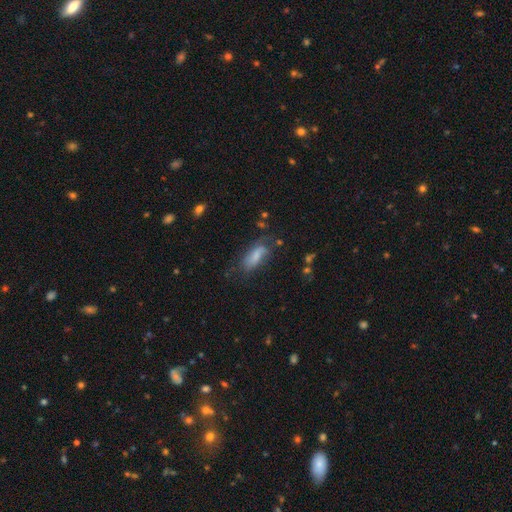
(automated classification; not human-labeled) smooth_or_featured: smooth (p=0.67) [alt: featured or disk p=0.23]
how_rounded: in between (p=0.77) [alt: cigar-shaped p=0.20]
merging: none (p=0.49) [alt: minor disturbance p=0.28]